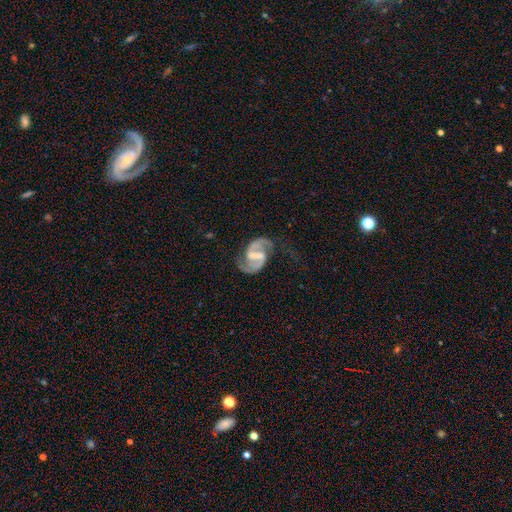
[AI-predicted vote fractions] Smooth or featured?
  - featured or disk: 91% *
  - smooth: 5%
  - star or artifact: 4%
Edge-on disk?
  - no: 98% *
  - yes: 2%
Bar?
  - strong: 55% *
  - weak: 36%
  - no: 9%
Spiral arms?
  - yes: 97% *
  - no: 3%
Spiral winding?
  - medium: 55% *
  - loose: 26%
  - tight: 19%
Spiral arm count?
  - 2: 94% *
  - can't tell: 2%
  - 1: 1%
  - 3: 1%
  - 4: 1%
  - more than 4: 1%
Bulge size?
  - none: 46% *
  - small: 25%
  - moderate: 22%
  - large: 6%
  - dominant: 1%
Merging?
  - none: 68% *
  - minor disturbance: 16%
  - major disturbance: 13%
  - merger: 2%